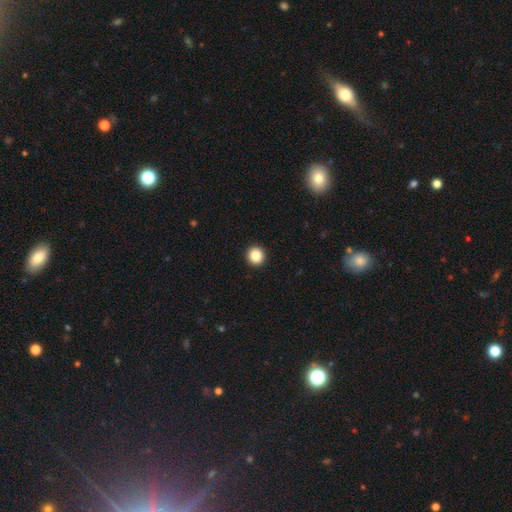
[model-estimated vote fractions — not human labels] Morphology: type=smooth (86%); roundness=round (95%); merging=none (94%).